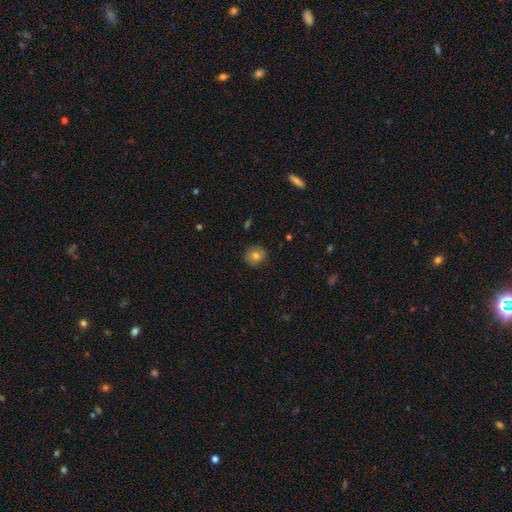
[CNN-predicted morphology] Smooth or featured?
  - smooth: 77% *
  - featured or disk: 13%
  - star or artifact: 10%
How rounded?
  - round: 83% *
  - in between: 16%
  - cigar-shaped: 1%
Merging?
  - none: 85% *
  - minor disturbance: 11%
  - major disturbance: 2%
  - merger: 1%